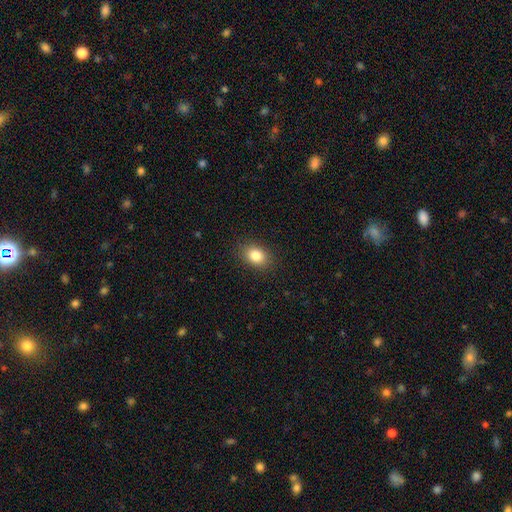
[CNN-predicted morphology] This is clearly a smooth galaxy (83%). How rounded: likely in between (70%). Merging: clearly none (88%).